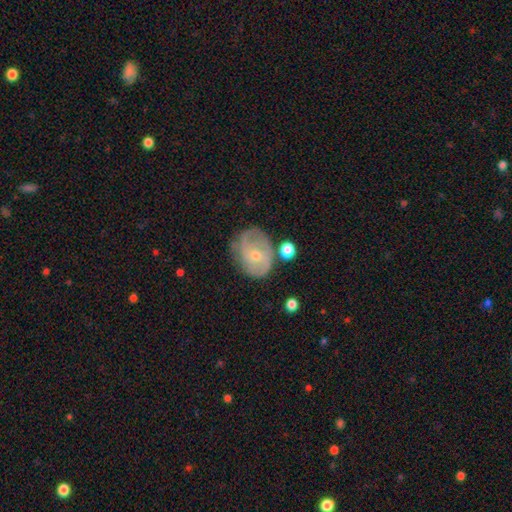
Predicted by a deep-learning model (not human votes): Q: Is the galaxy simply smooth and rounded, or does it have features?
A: featured or disk — 65%.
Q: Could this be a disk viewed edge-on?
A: no — 96%.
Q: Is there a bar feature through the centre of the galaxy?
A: no — 70%.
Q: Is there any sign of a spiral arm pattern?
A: yes — 76%.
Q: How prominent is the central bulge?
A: small — 66%.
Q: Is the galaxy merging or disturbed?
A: none — 57%.